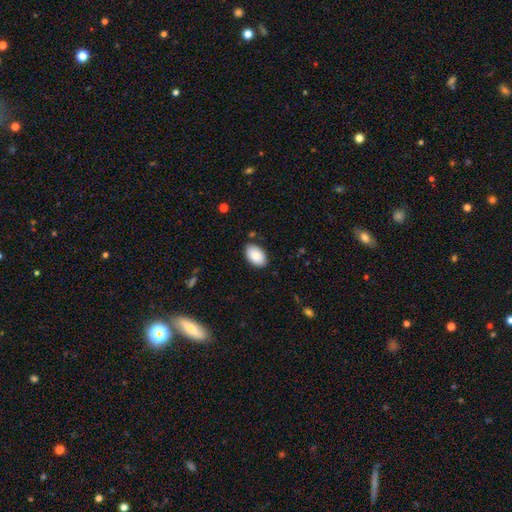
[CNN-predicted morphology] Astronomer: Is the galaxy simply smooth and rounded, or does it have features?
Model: smooth — 86%.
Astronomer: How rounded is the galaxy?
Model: in between — 94%.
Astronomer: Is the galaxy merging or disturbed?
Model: none — 86%.